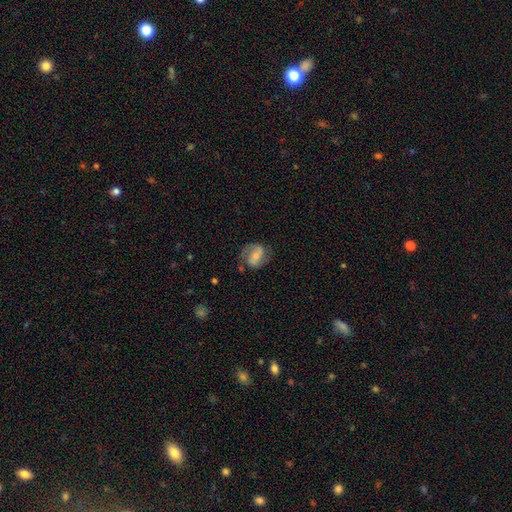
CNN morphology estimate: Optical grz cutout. It shows a featured or disk galaxy (68%) with a weak bar (40%), 2 (84%) medium (49%) spiral arms (91%) and a small central bulge (51%). Merging: none (67%).